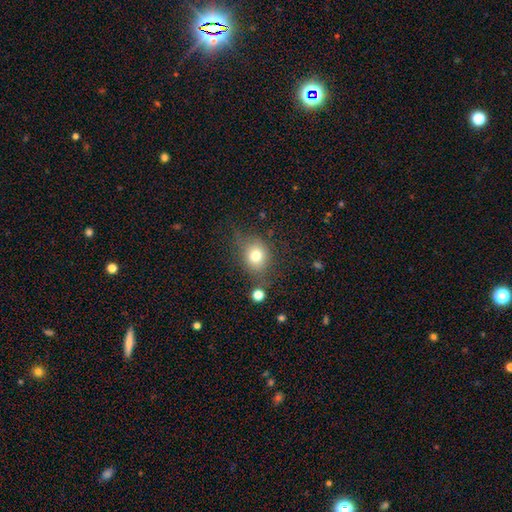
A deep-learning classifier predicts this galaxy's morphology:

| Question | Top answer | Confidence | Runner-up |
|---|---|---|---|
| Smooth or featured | smooth | 74% | featured or disk (14%) |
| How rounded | round | 57% | in between (42%) |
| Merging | none | 65% | minor disturbance (21%) |